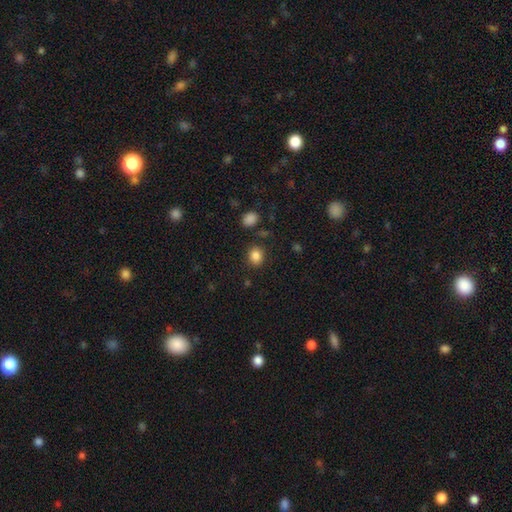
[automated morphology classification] This appears to be a smooth galaxy with no disk features (85%) that is round (60%). Merging: none (83%).